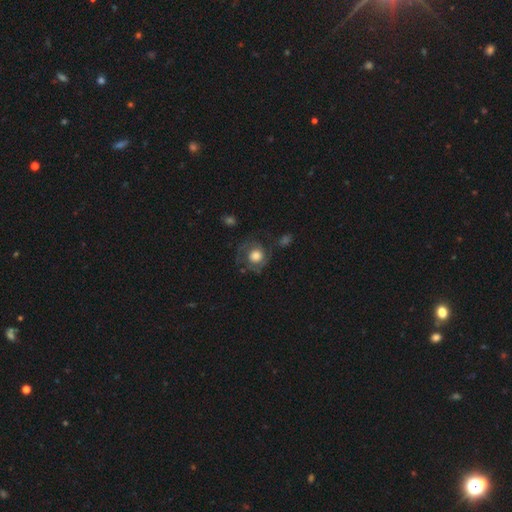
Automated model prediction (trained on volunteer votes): Smooth or featured? featured or disk (46%)
Merging? none (60%)